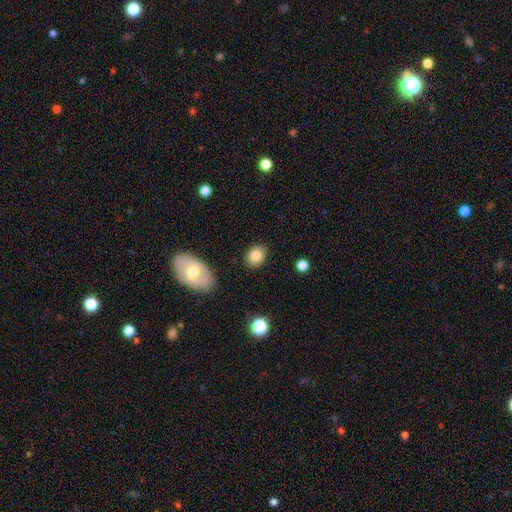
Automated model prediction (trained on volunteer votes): A smooth galaxy with no disk features (82%) that is in between round and cigar-shaped (52%).

Vote fractions:
- Smooth or featured? smooth: 82% / featured or disk: 9% / star or artifact: 9%
- How rounded? in between: 52% / round: 47% / cigar-shaped: 1%
- Merging? none: 87% / minor disturbance: 9% / major disturbance: 2% / merger: 2%